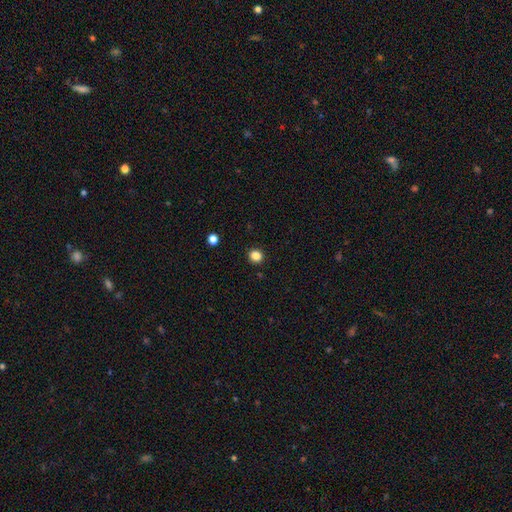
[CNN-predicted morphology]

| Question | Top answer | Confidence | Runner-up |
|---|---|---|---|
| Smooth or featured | smooth | 84% | star or artifact (12%) |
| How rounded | round | 87% | in between (12%) |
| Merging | none | 92% | minor disturbance (5%) |